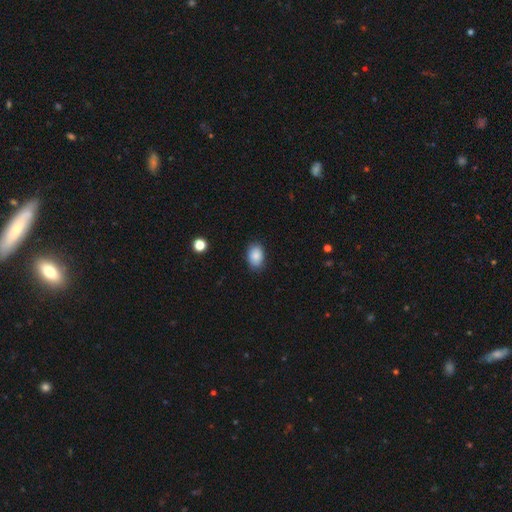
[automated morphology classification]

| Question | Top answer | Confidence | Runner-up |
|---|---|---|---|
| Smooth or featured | smooth | 87% | star or artifact (8%) |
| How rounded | in between | 78% | round (21%) |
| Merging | none | 83% | minor disturbance (13%) |